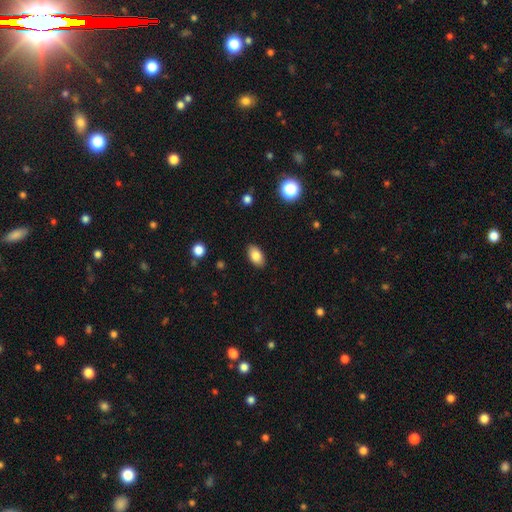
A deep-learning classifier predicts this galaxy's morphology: This is clearly a smooth galaxy (83%). How rounded: clearly in between (92%). Merging: clearly none (88%).